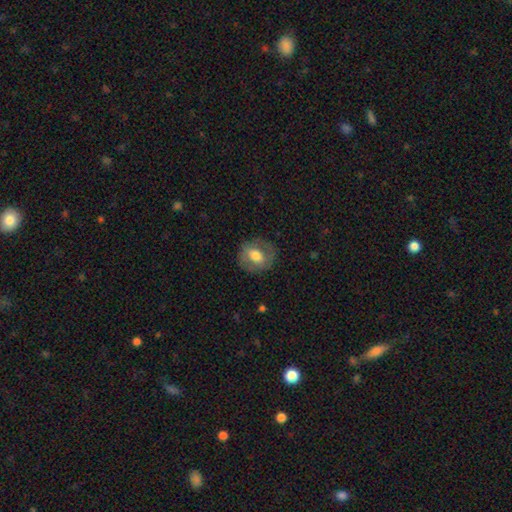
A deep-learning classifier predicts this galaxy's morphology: Overall: smooth (53%; featured or disk 40%). How rounded: round (65%; in between 34%). Merging: none (79%).